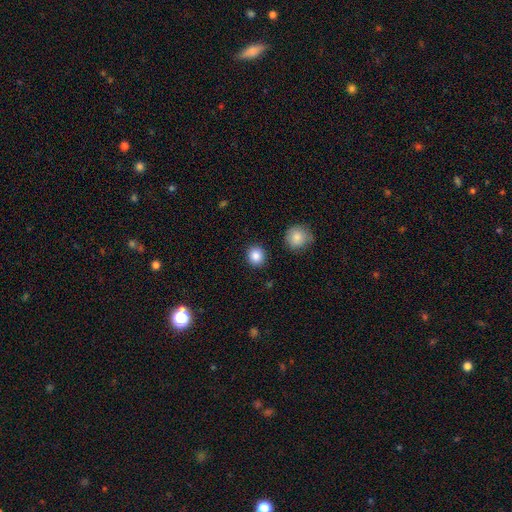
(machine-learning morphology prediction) smooth 86%, star or artifact 9%, featured or disk 4%. Down the decision tree: how rounded — round (84%); merging — none (89%).